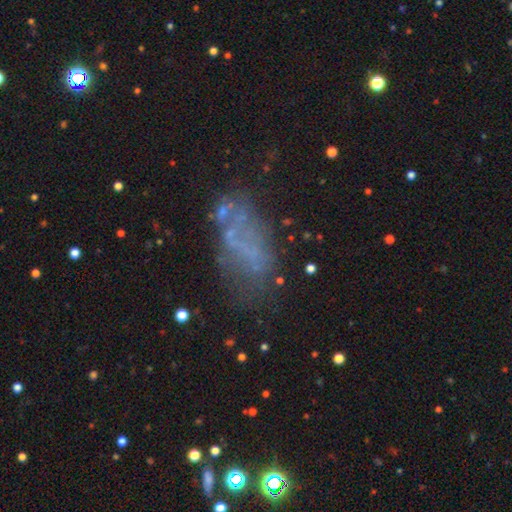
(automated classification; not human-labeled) A featured or disk galaxy (51%).

Vote fractions:
- Smooth or featured? featured or disk: 51% / smooth: 28% / star or artifact: 21%
- Edge-on disk? no: 94% / yes: 6%
- Merging? none: 40% / major disturbance: 30% / minor disturbance: 19% / merger: 11%